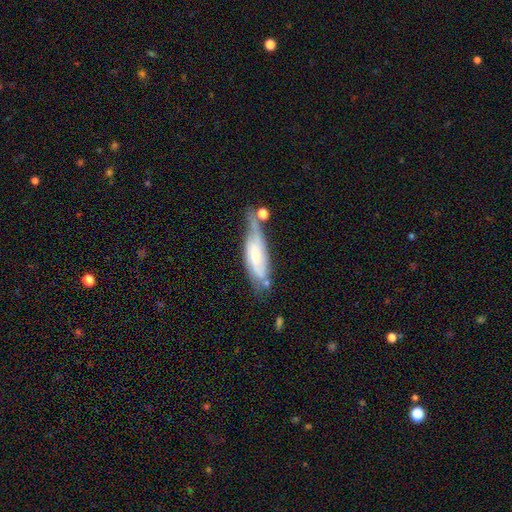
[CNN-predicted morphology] This appears to be a featured or disk galaxy (60%). Merging: none (40%).